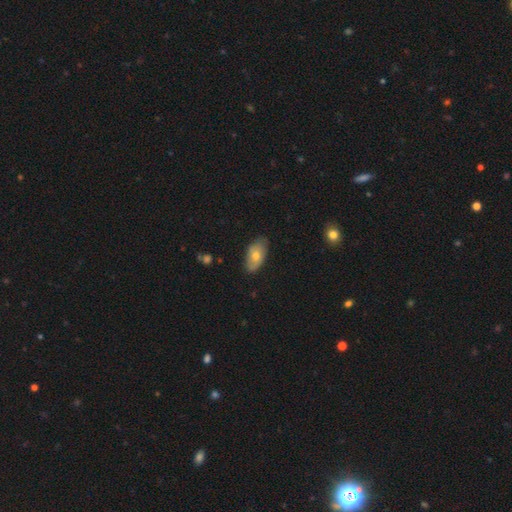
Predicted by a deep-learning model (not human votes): This appears to be a smooth galaxy with no disk features (62%) that is in between round and cigar-shaped (92%). Merging: none (78%).